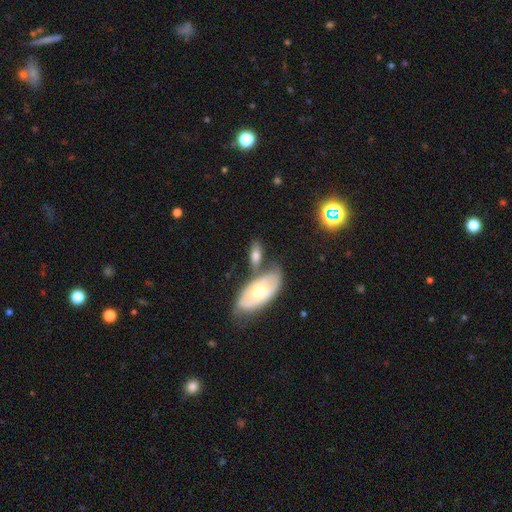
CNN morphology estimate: Overall: smooth (54%; featured or disk 40%). How rounded: in between (85%). Merging: none (50%; merger 28%).